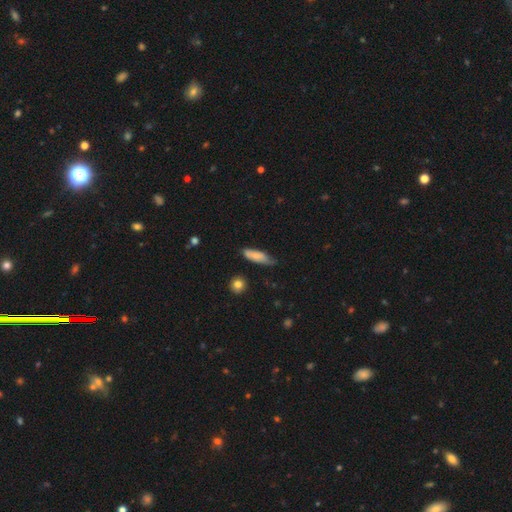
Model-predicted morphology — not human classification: The model was most divided on "how rounded": cigar-shaped: 51%, in between: 47%, round: 2%. More confident: smooth or featured — smooth (76%); merging — none (59%).